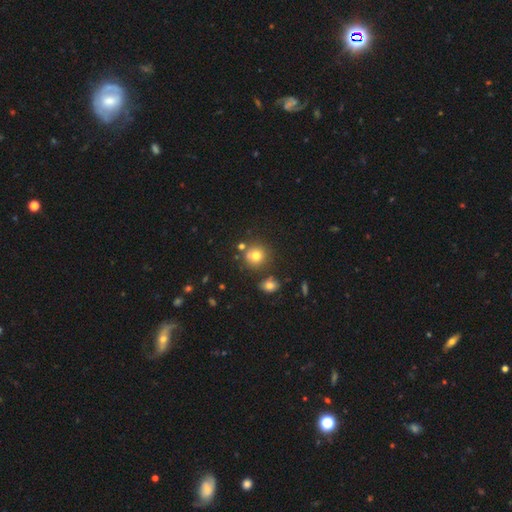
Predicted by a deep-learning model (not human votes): Smooth or featured?
  - smooth: 75% *
  - star or artifact: 14%
  - featured or disk: 11%
How rounded?
  - round: 89% *
  - in between: 10%
  - cigar-shaped: 1%
Merging?
  - none: 73% *
  - merger: 13%
  - minor disturbance: 11%
  - major disturbance: 4%